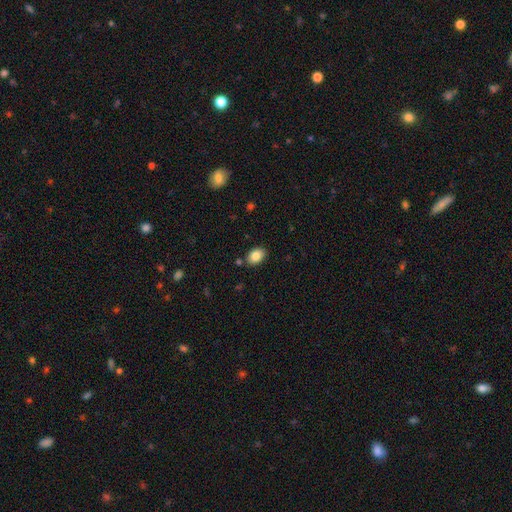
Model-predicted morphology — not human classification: Smooth or featured? smooth (85%)
How rounded? in between (80%)
Merging? none (85%)